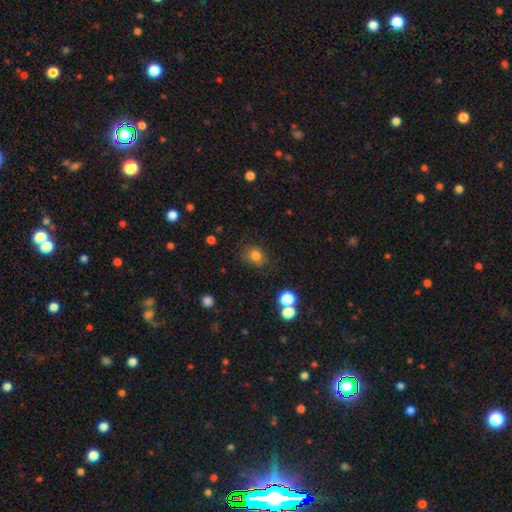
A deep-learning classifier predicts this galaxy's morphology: Smooth or featured: smooth — 78% (star or artifact — 14%)
How rounded: round — 60% (in between — 39%)
Merging: none — 69% (minor disturbance — 20%)